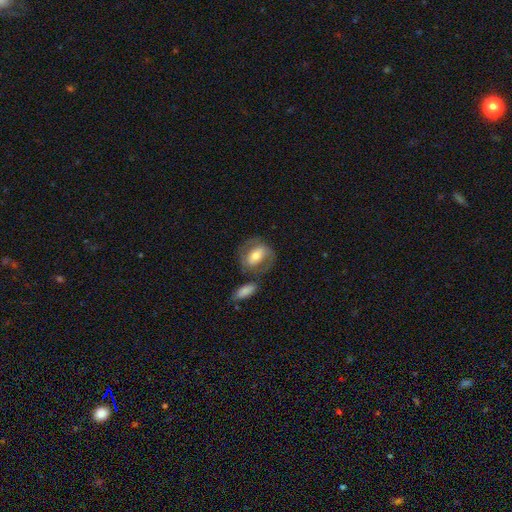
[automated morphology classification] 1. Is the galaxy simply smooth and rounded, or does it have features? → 53% featured or disk, 40% smooth, 7% star or artifact.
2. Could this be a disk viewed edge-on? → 94% no, 6% yes.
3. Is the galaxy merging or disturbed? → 59% none, 16% minor disturbance, 15% merger, 10% major disturbance.